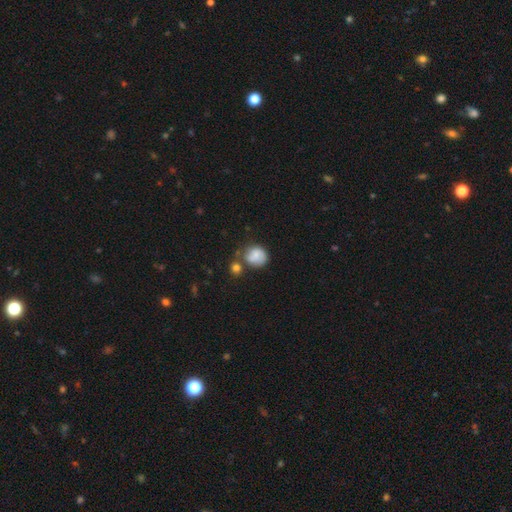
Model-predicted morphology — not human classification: type=smooth (72%); roundness=round (76%); merging=none (49%).